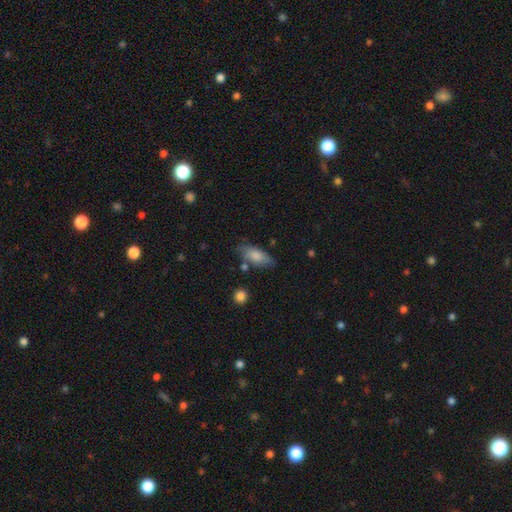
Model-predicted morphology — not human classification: A smooth galaxy with no disk features (80%) that is in between round and cigar-shaped (84%). Merging: none (72%).